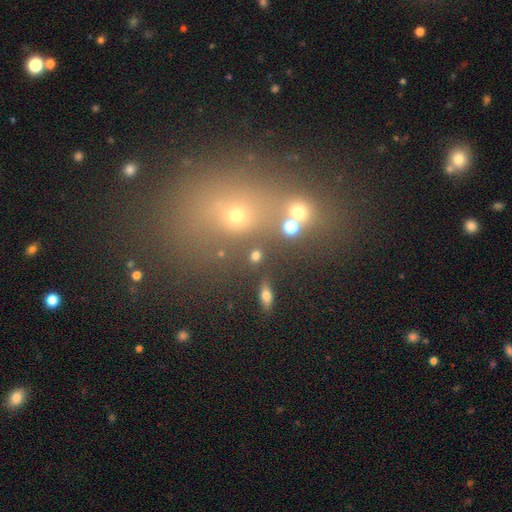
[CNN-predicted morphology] Smooth or featured? smooth (72%)
How rounded? round (54%)
Merging? none (77%)